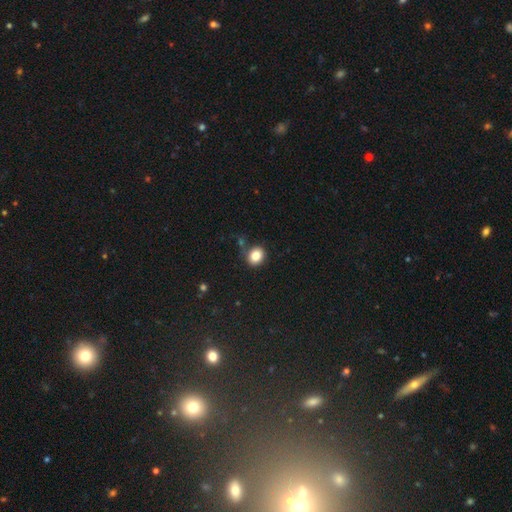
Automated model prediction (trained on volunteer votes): Smooth or featured? smooth (85%)
How rounded? round (57%)
Merging? none (80%)